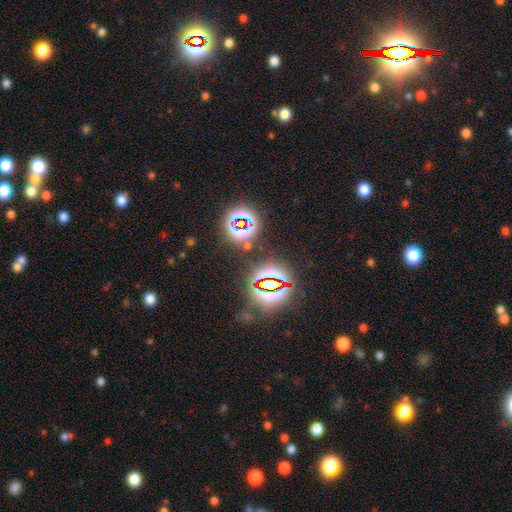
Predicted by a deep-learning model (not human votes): This is clearly a star or artifact rather than a galaxy (82%).